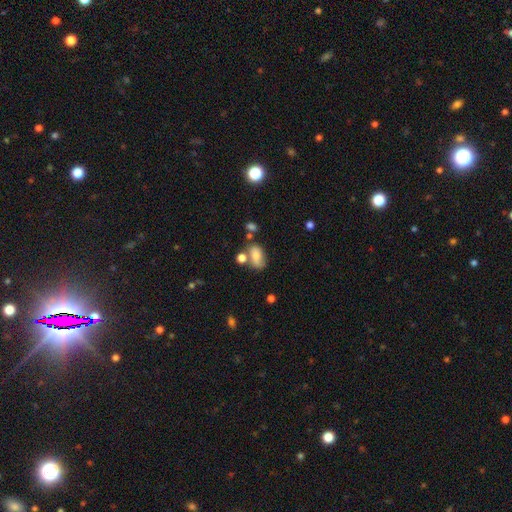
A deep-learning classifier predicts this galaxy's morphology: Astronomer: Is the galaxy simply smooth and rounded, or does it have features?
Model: smooth — 70%.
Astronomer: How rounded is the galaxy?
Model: in between — 86%.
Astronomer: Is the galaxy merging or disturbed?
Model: none — 45% (runner-up: merger, 23%).